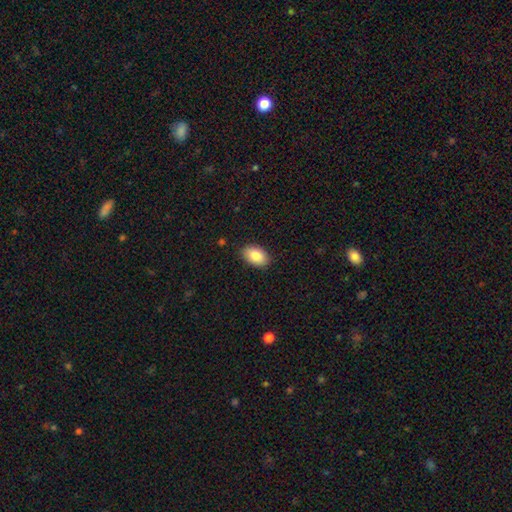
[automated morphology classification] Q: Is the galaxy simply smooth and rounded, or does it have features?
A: smooth — 86%.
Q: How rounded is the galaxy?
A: in between — 92%.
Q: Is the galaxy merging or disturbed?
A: none — 88%.